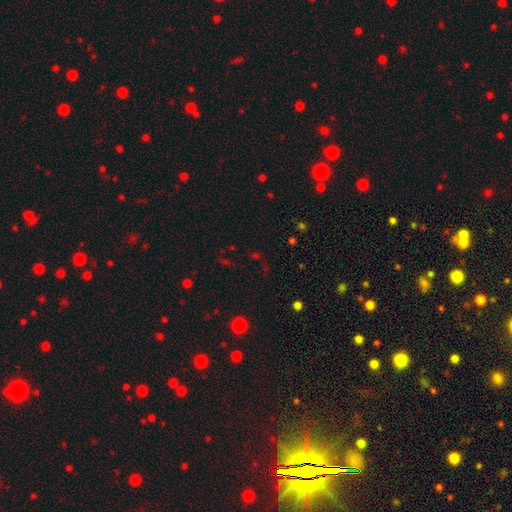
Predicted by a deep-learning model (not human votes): Smooth or featured?
  - star or artifact: 58% *
  - smooth: 33%
  - featured or disk: 9%